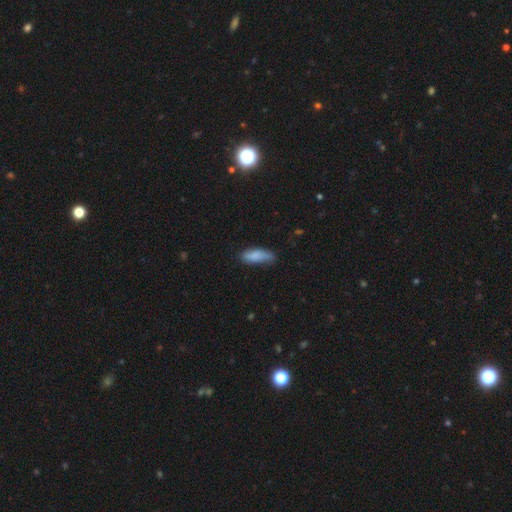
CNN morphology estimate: Smooth or featured: smooth — 82% (featured or disk — 11%)
How rounded: in between — 56% (cigar-shaped — 43%)
Merging: none — 64% (minor disturbance — 29%)